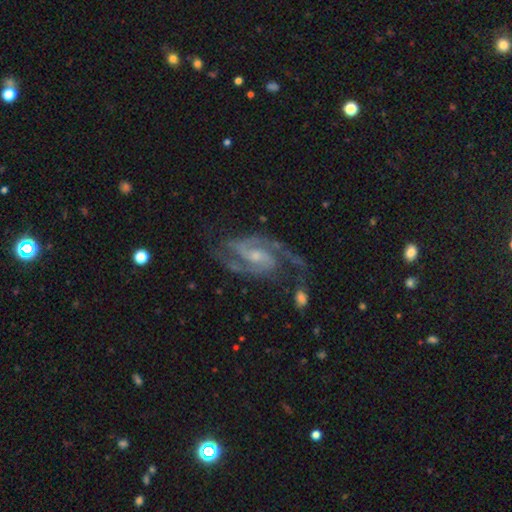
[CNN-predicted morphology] Smooth or featured: featured or disk — 92% (star or artifact — 5%)
Edge-on disk: no — 97% (yes — 3%)
Bar: weak — 47% (no — 39%)
Spiral arms: yes — 98% (no — 2%)
Spiral winding: medium — 57% (tight — 29%)
Spiral arm count: 2 — 87% (3 — 5%)
Bulge size: small — 58% (moderate — 34%)
Merging: none — 64% (minor disturbance — 19%)